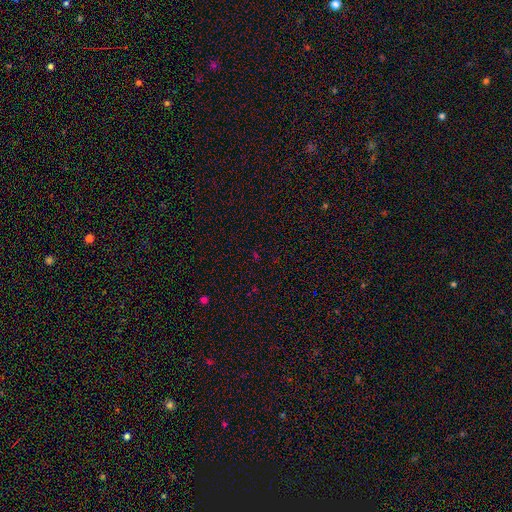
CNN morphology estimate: type=star or artifact (67%).